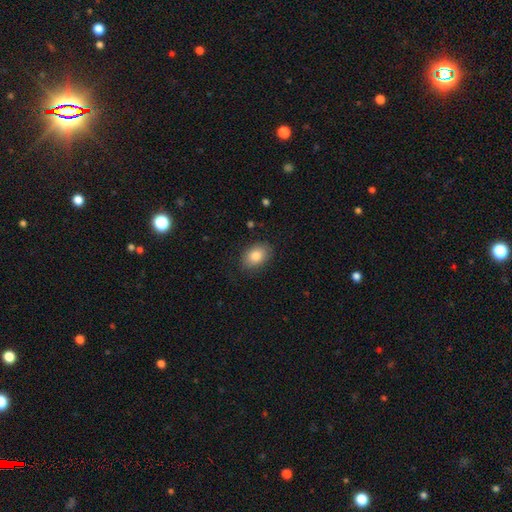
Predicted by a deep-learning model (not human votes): Q: Smooth or featured?
A: smooth (84%); runner-up: featured or disk (8%)
Q: How rounded?
A: in between (78%); runner-up: round (21%)
Q: Merging?
A: none (84%); runner-up: minor disturbance (12%)